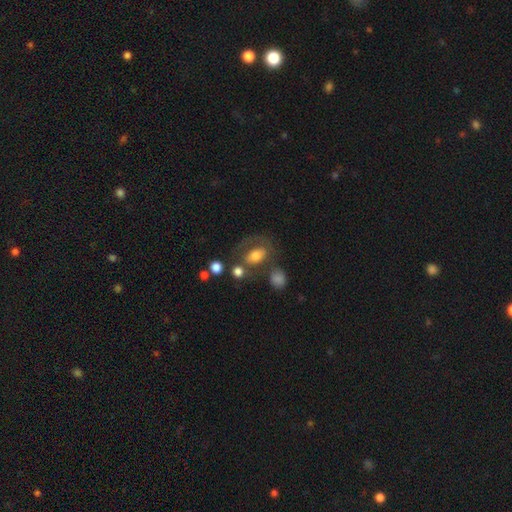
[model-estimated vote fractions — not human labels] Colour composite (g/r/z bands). It shows a smooth galaxy with no disk features (63%) that is in between round and cigar-shaped (75%). Merging: none (49%).